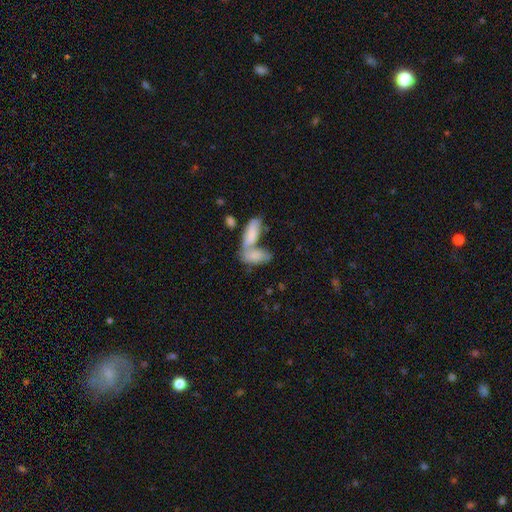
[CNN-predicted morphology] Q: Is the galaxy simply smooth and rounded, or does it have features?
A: smooth — 75%.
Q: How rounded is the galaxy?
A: in between — 85%.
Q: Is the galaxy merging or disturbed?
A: merger — 69%.